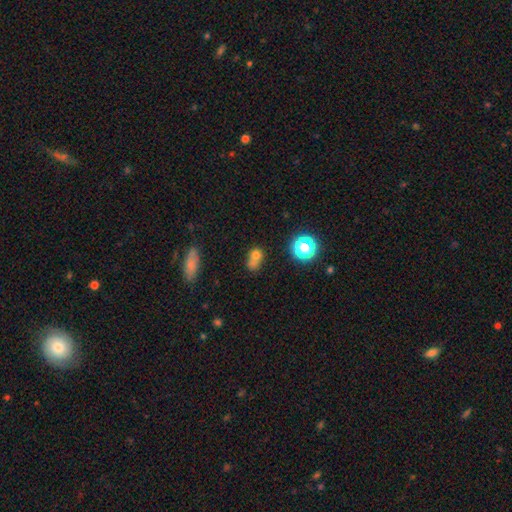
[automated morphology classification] Smooth or featured?
  - smooth: 69% *
  - star or artifact: 17%
  - featured or disk: 14%
How rounded?
  - round: 49% *
  - in between: 48%
  - cigar-shaped: 3%
Merging?
  - merger: 40% *
  - none: 34%
  - minor disturbance: 16%
  - major disturbance: 10%